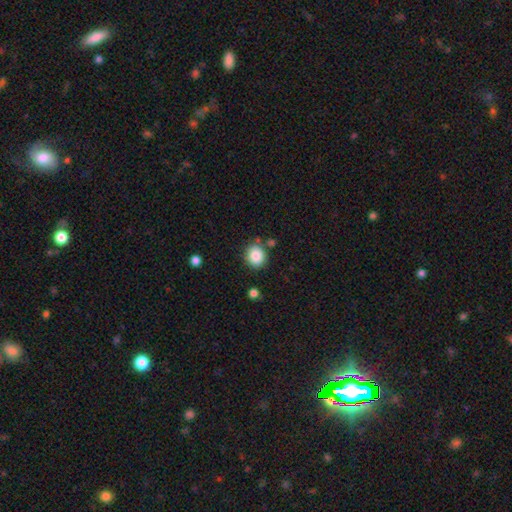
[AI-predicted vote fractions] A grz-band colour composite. It shows a smooth galaxy with no disk features (85%) that is round (78%). Merging: none (81%).